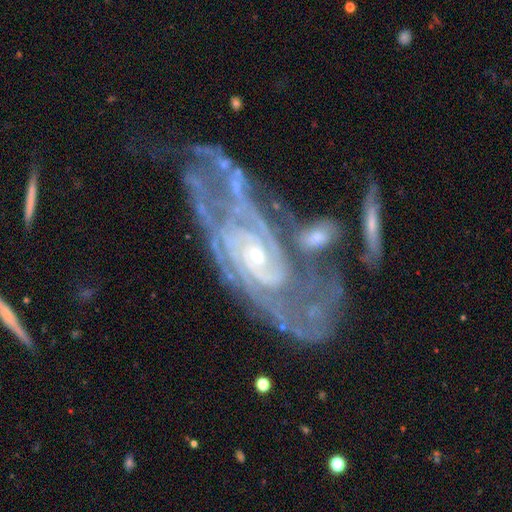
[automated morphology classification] featured or disk 88%, star or artifact 7%, smooth 6%. Down the decision tree: edge-on disk — no (94%); bar — no (65%); spiral arms — yes (94%); spiral arm count — can't tell (33%); spiral winding — tight (58%); bulge size — small (73%); merging — none (36%).